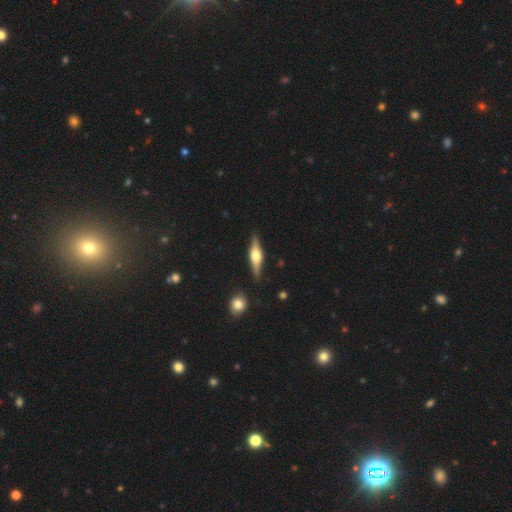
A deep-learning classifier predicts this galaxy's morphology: Smooth or featured: featured or disk — 66% (smooth — 28%)
Edge-on disk: yes — 95% (no — 5%)
Edge-on bulge: rounded — 90% (boxy — 8%)
Merging: none — 86% (minor disturbance — 10%)